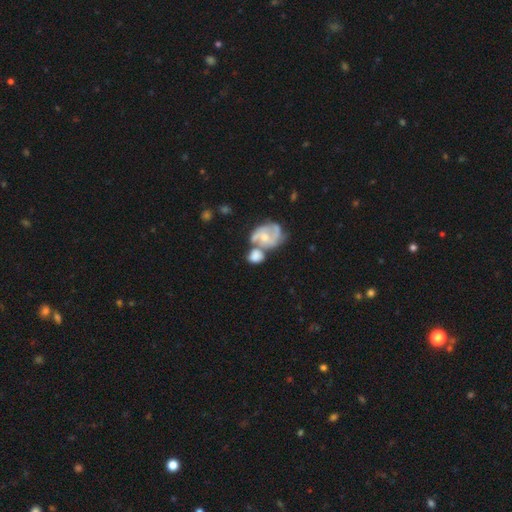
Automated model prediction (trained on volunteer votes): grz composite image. It shows a featured or disk galaxy (46%, tied with smooth). Merging: merger (48%).